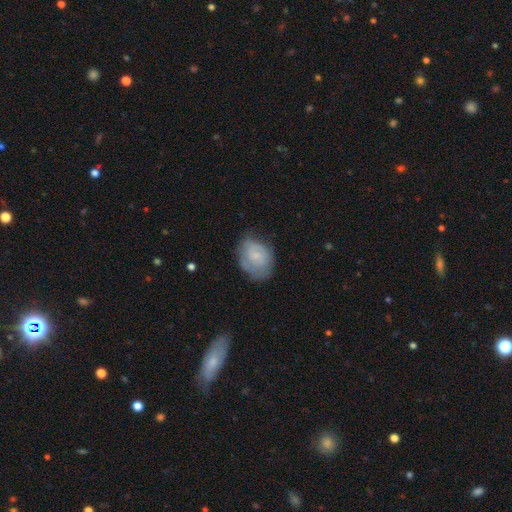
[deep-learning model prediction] Overall: smooth (56%; featured or disk 36%). How rounded: in between (61%; round 38%). Merging: none (57%; minor disturbance 29%).